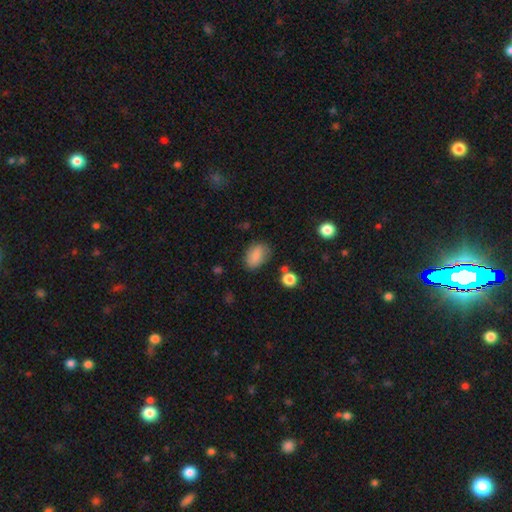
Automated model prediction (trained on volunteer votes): Overall: smooth (82%). How rounded: in between (84%). Merging: none (72%).